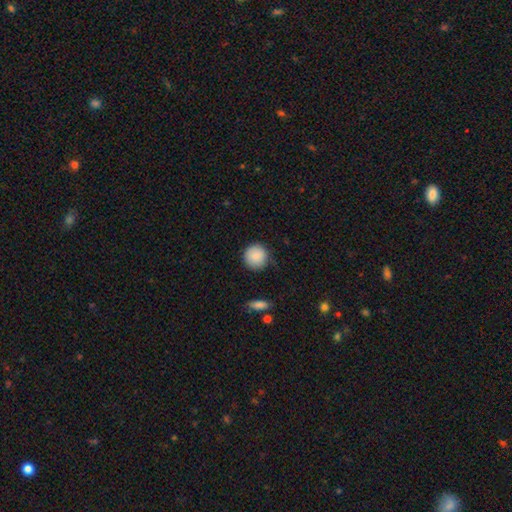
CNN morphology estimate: smooth-or-featured: smooth: 89% | star or artifact: 7% | featured or disk: 4%
  how-rounded: round: 94% | in between: 5% | cigar-shaped: 1%
  merging: none: 87% | minor disturbance: 10% | major disturbance: 2% | merger: 1%